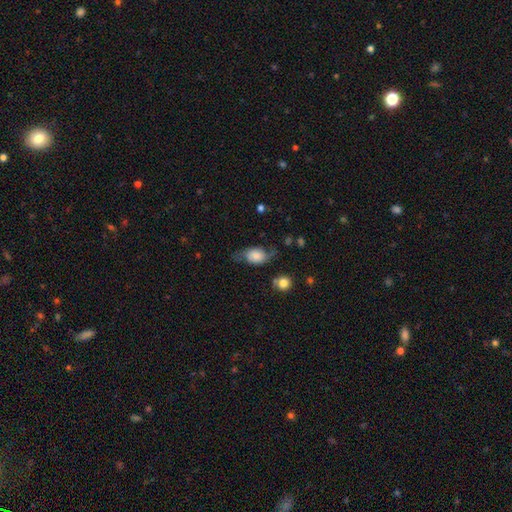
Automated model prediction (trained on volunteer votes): Smooth or featured? Predicted: smooth (p=0.55). How rounded? Predicted: in between (p=0.77). Merging? Predicted: none (p=0.51).